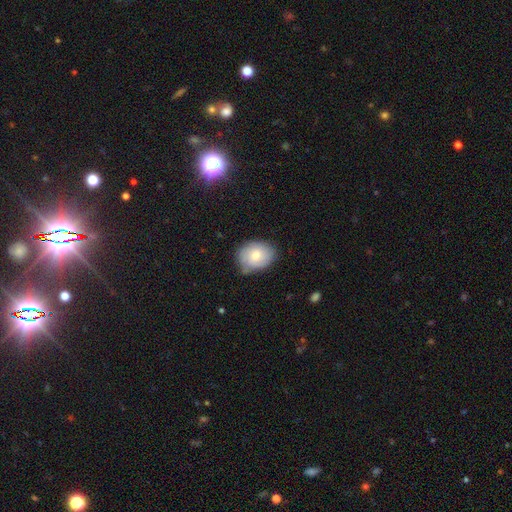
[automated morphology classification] Q: Smooth or featured?
A: smooth (68%); runner-up: featured or disk (25%)
Q: How rounded?
A: in between (57%); runner-up: round (42%)
Q: Merging?
A: none (68%); runner-up: minor disturbance (25%)